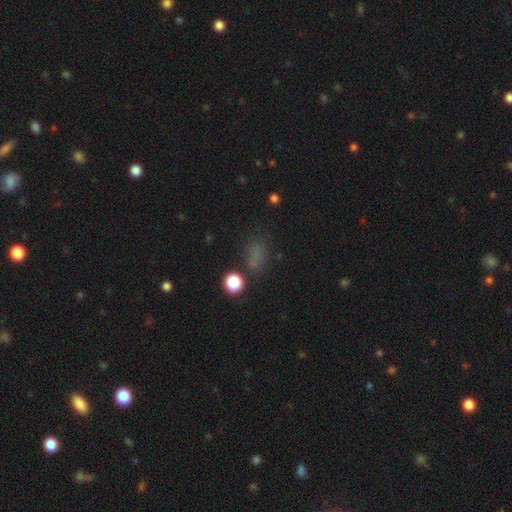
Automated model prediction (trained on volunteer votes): smooth_or_featured: smooth (p=0.60) [alt: star or artifact p=0.31]
how_rounded: in between (p=0.58) [alt: round p=0.37]
merging: none (p=0.62) [alt: minor disturbance p=0.17]